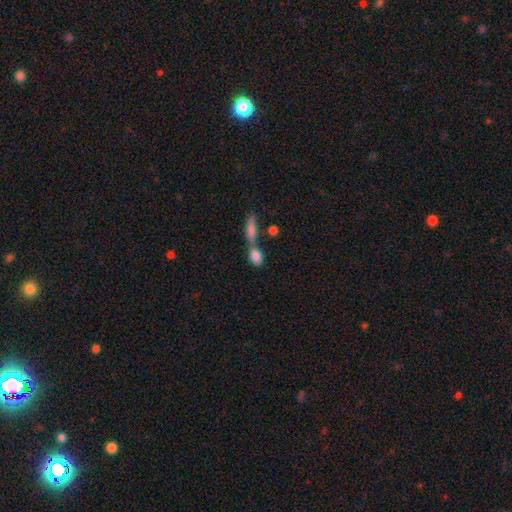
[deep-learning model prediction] Smooth or featured? Predicted: smooth (p=0.81). How rounded? Predicted: in between (p=0.73). Merging? Predicted: merger (p=0.54).